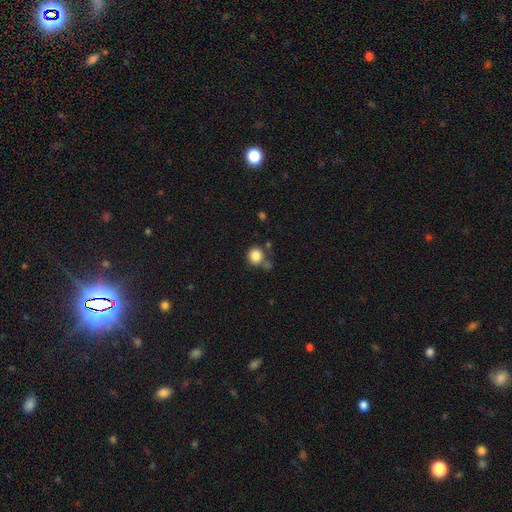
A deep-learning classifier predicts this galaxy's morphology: Q: Smooth or featured?
A: smooth (84%); runner-up: star or artifact (10%)
Q: How rounded?
A: round (85%); runner-up: in between (14%)
Q: Merging?
A: none (64%); runner-up: minor disturbance (16%)